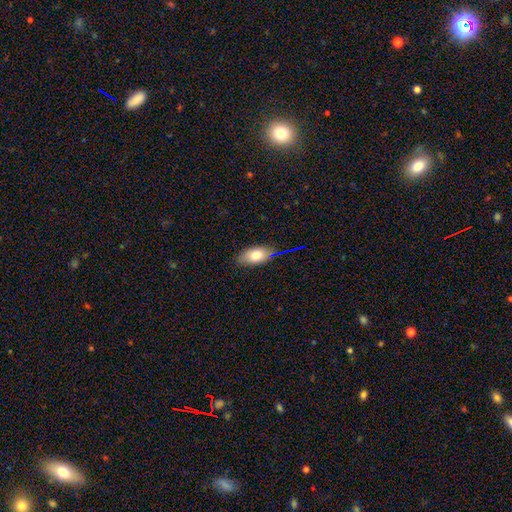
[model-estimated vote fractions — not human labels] Q: Smooth or featured?
A: smooth (77%); runner-up: featured or disk (14%)
Q: How rounded?
A: in between (88%); runner-up: cigar-shaped (6%)
Q: Merging?
A: none (81%); runner-up: minor disturbance (14%)